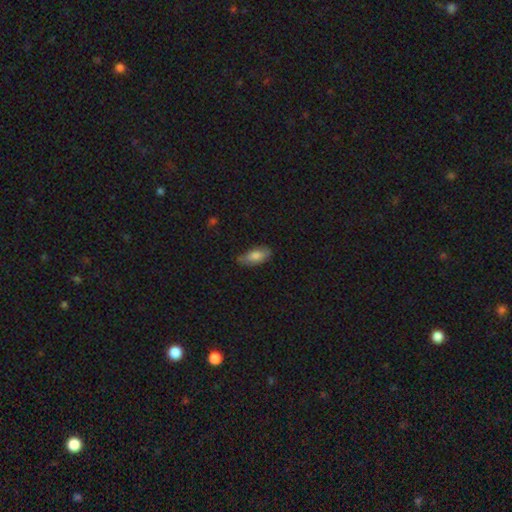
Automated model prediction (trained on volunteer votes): A smooth galaxy with no disk features (79%) that is in between round and cigar-shaped (81%).

Vote fractions:
- Smooth or featured? smooth: 79% / featured or disk: 14% / star or artifact: 6%
- How rounded? in between: 81% / cigar-shaped: 17% / round: 2%
- Merging? none: 75% / minor disturbance: 21% / major disturbance: 3% / merger: 1%